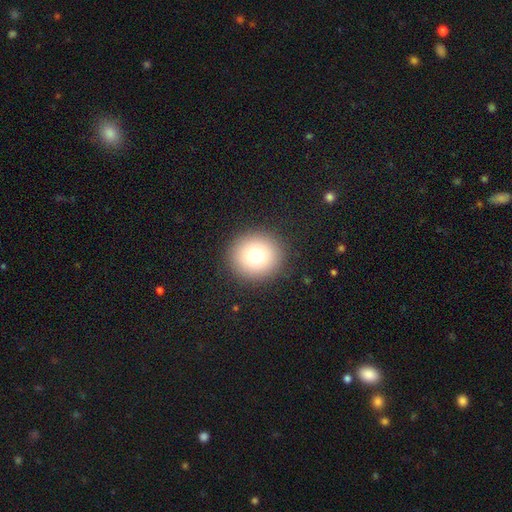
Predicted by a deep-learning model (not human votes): This is likely a smooth galaxy (77%). How rounded: clearly round (93%). Merging: clearly none (91%).